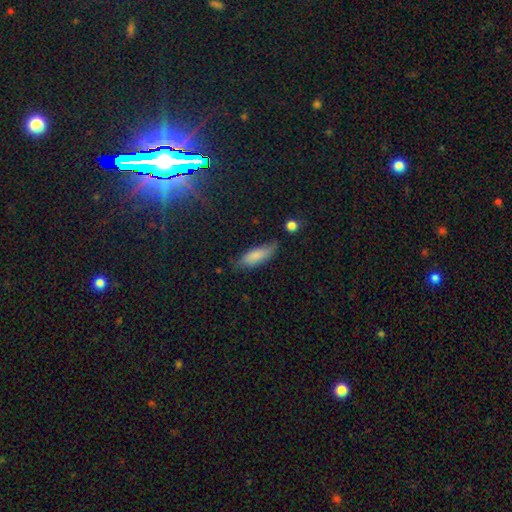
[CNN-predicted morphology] smooth-or-featured: smooth: 80% | featured or disk: 13% | star or artifact: 7%
  how-rounded: in between: 63% | cigar-shaped: 35% | round: 2%
  merging: none: 61% | minor disturbance: 30% | major disturbance: 7% | merger: 3%